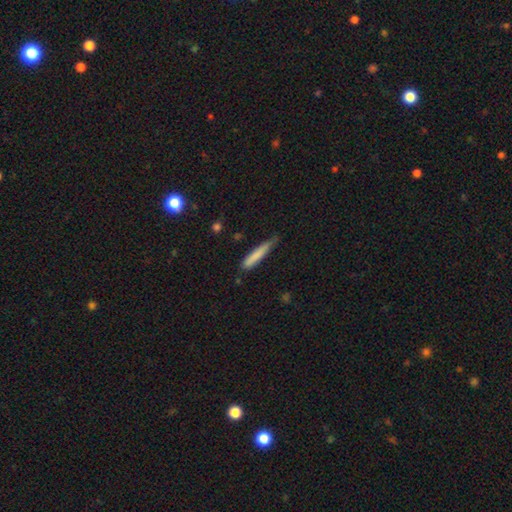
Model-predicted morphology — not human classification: This is likely a smooth galaxy (79%). How rounded: clearly cigar-shaped (92%). Merging: likely none (62%).